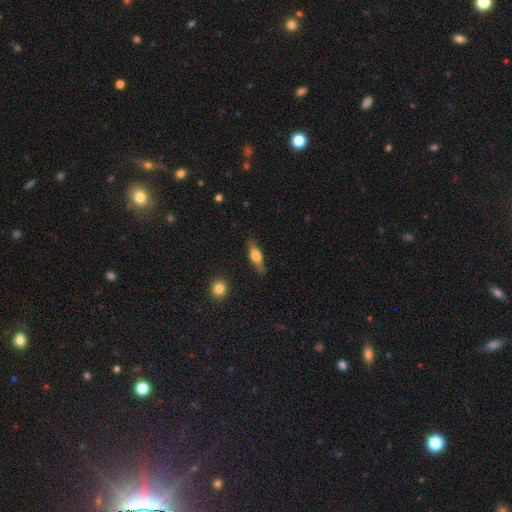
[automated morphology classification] smooth-or-featured: smooth: 50% | featured or disk: 44% | star or artifact: 6%
  merging: none: 83% | minor disturbance: 12% | major disturbance: 3% | merger: 2%